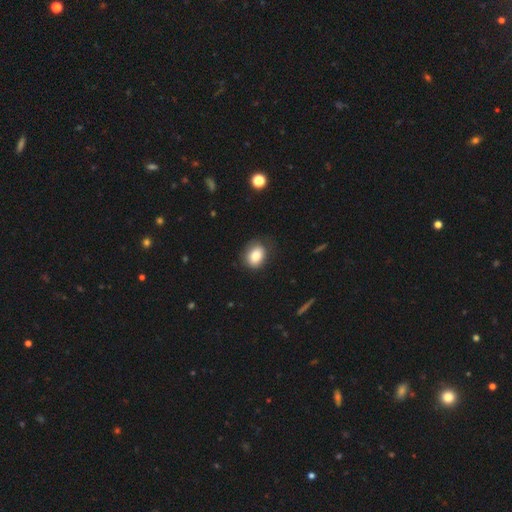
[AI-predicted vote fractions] Morphology: type=smooth (82%); roundness=in between (57%); merging=none (76%).